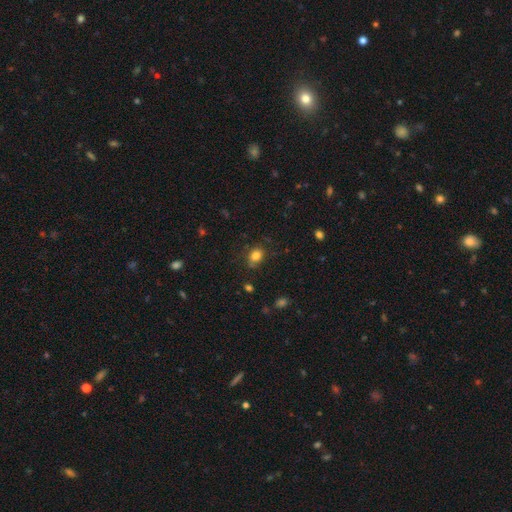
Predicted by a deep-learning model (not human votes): This is clearly a smooth galaxy (81%). How rounded: possibly in between (53%). Merging: likely none (74%).